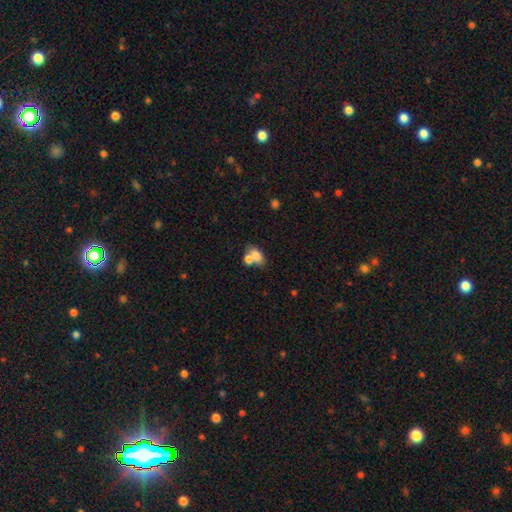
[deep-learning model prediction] Smooth or featured: smooth — 73% (featured or disk — 18%)
How rounded: in between — 82% (round — 15%)
Merging: merger — 53% (none — 32%)